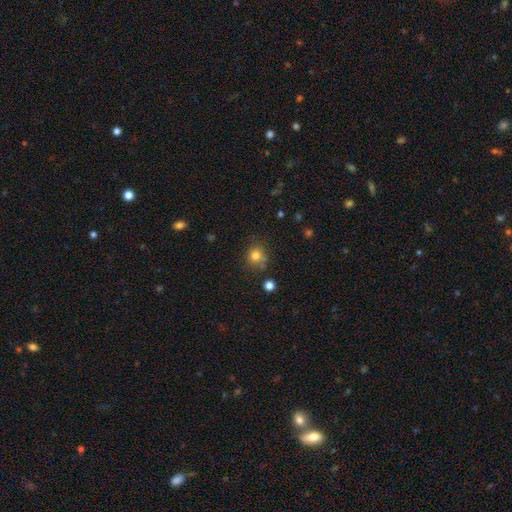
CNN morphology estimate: Overall: smooth (79%). How rounded: round (85%). Merging: none (71%).